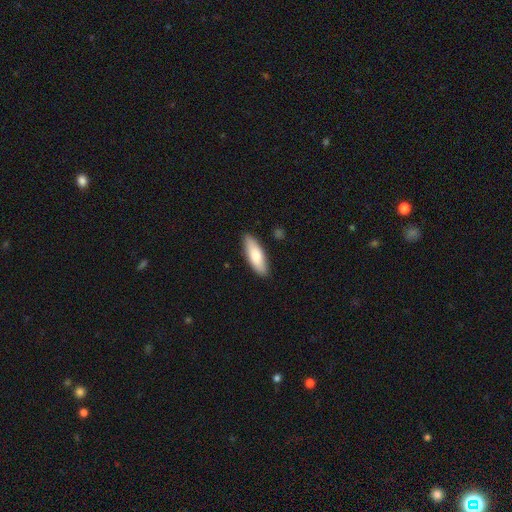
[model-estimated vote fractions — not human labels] smooth_or_featured: smooth (p=0.78) [alt: featured or disk p=0.17]
how_rounded: in between (p=0.56) [alt: cigar-shaped p=0.43]
merging: none (p=0.87) [alt: minor disturbance p=0.10]